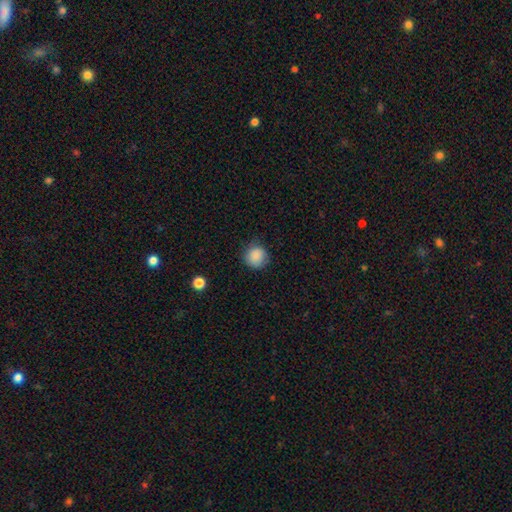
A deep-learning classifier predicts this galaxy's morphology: smooth 87%, star or artifact 9%, featured or disk 4%. Down the decision tree: how rounded — round (91%); merging — none (80%).